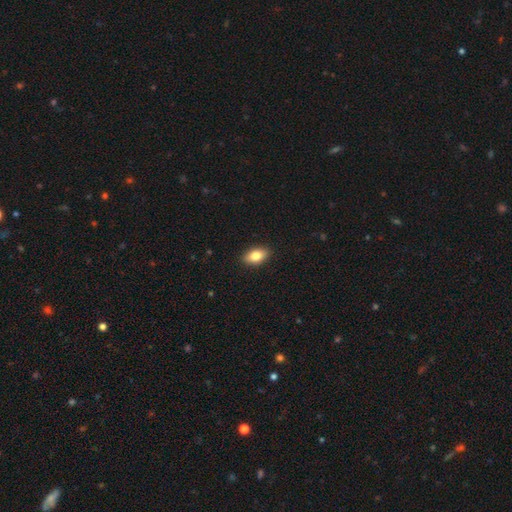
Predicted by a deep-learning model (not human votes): Morphology: type=smooth (81%); roundness=in between (89%); merging=none (90%).